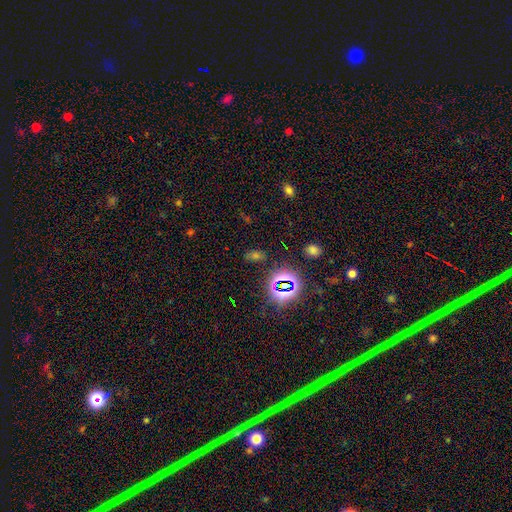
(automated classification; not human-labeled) Smooth or featured?
  - star or artifact: 54% *
  - smooth: 36%
  - featured or disk: 10%